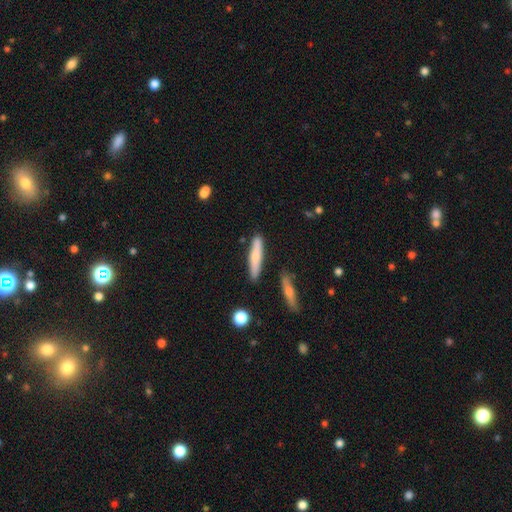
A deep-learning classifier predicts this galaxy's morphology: Smooth or featured? Predicted: smooth (p=0.71). How rounded? Predicted: cigar-shaped (p=0.87). Merging? Predicted: none (p=0.83).